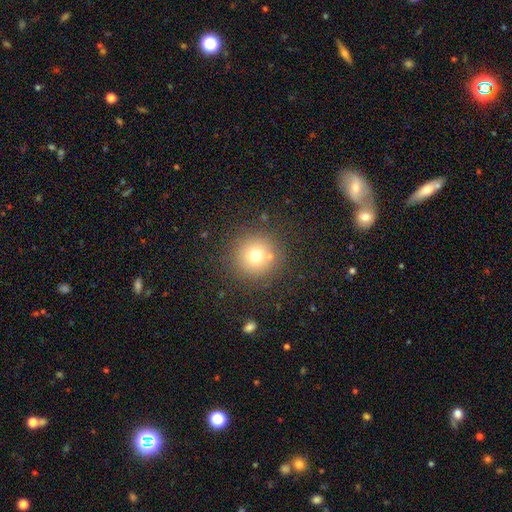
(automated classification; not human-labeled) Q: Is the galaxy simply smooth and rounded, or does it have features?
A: smooth — 70%.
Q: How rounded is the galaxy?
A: round — 95%.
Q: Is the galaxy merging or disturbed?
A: none — 81%.